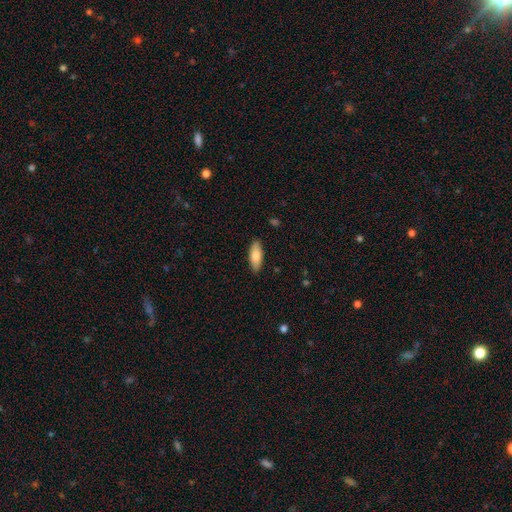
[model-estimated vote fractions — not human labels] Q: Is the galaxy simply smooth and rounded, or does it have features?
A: smooth — 81%.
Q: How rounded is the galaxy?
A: in between — 73%.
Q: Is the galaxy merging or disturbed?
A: none — 87%.